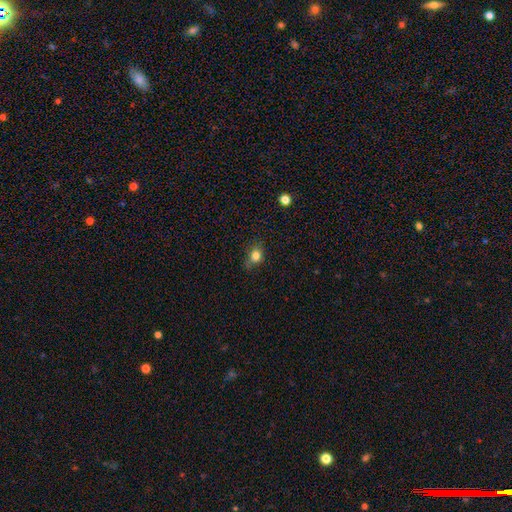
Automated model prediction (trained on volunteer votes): Q: Smooth or featured?
A: smooth (81%); runner-up: star or artifact (12%)
Q: How rounded?
A: round (54%); runner-up: in between (45%)
Q: Merging?
A: none (67%); runner-up: minor disturbance (25%)